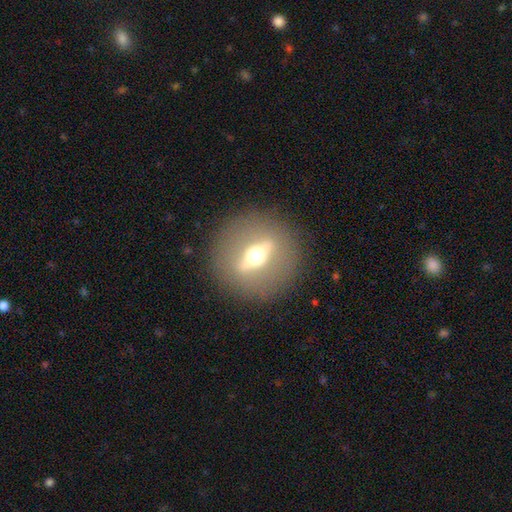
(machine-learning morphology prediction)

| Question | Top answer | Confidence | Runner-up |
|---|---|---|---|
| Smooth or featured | featured or disk | 73% | smooth (19%) |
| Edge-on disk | yes | 60% | no (40%) |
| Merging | none | 89% | minor disturbance (6%) |